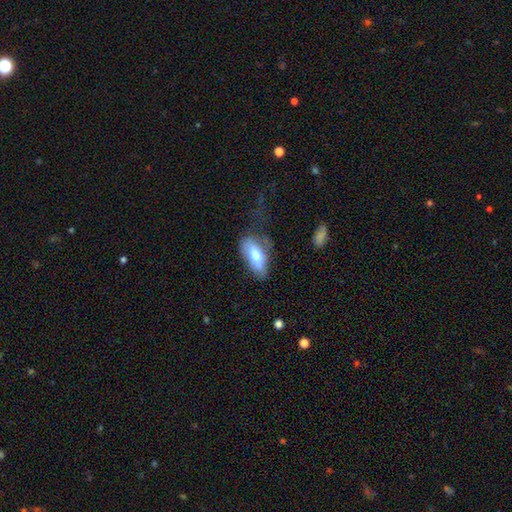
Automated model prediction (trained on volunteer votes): Overall: smooth (67%). How rounded: in between (81%). Merging: none (45%; minor disturbance 31%).